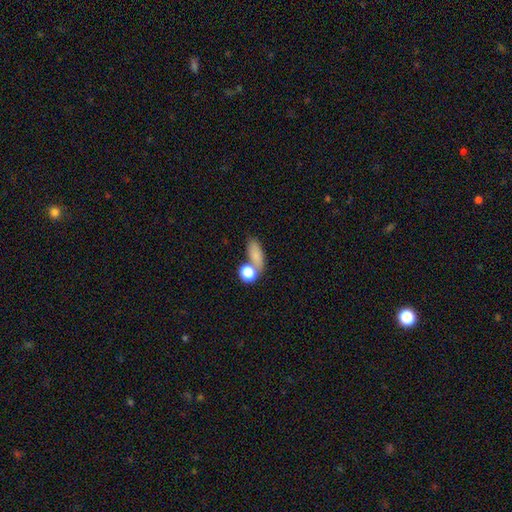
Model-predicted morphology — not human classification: type=smooth (80%); roundness=in between (69%); merging=none (50%).